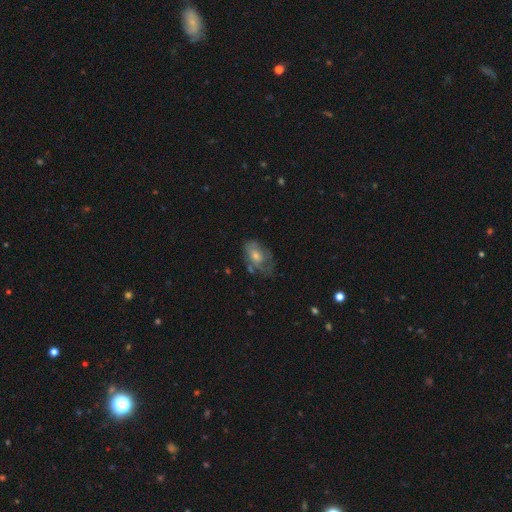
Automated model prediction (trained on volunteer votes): featured or disk 48%, smooth 39%, star or artifact 13%. Down the decision tree: merging — none (53%).